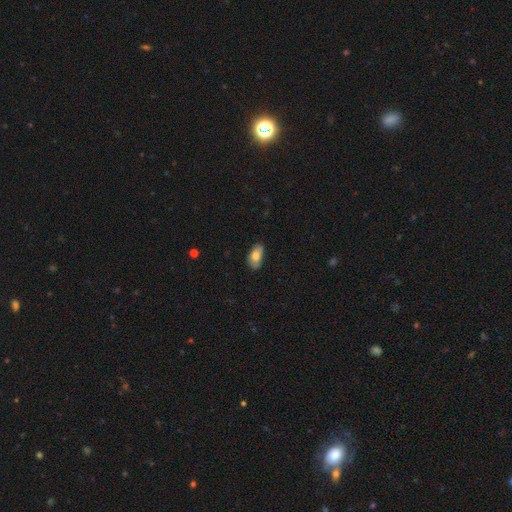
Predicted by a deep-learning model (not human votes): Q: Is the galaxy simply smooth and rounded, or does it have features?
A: smooth — 75%.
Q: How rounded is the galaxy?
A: in between — 92%.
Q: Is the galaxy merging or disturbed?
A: none — 74%.